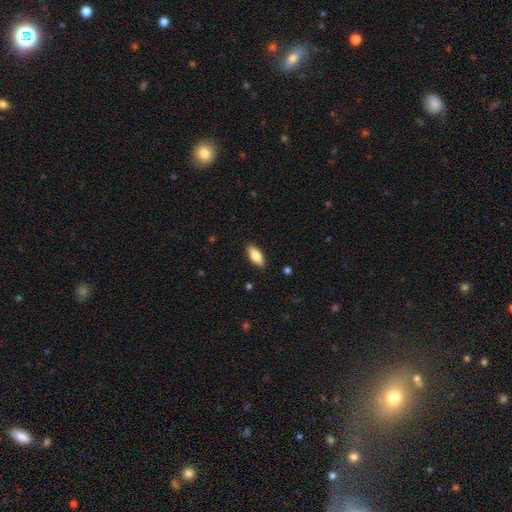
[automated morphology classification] smooth_or_featured: smooth (p=0.79) [alt: featured or disk p=0.14]
how_rounded: in between (p=0.80) [alt: cigar-shaped p=0.18]
merging: none (p=0.89) [alt: minor disturbance p=0.09]